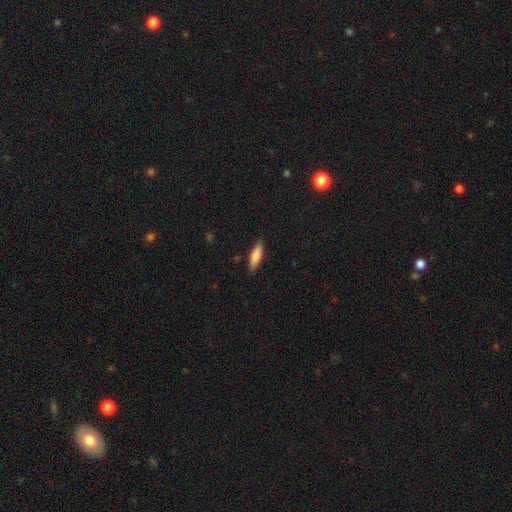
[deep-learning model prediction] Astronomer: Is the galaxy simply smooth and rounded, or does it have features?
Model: smooth — 78%.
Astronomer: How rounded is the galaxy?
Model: cigar-shaped — 60% (runner-up: in between, 38%).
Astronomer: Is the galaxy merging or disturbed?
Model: none — 86%.